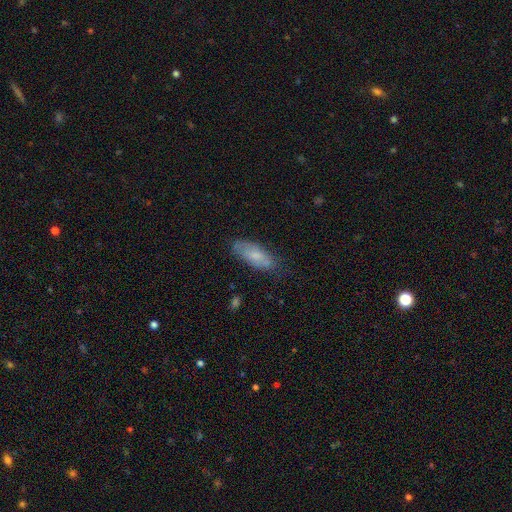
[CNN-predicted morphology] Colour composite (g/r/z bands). It shows a smooth galaxy with no disk features (69%) that is in between round and cigar-shaped (74%). Merging: none (69%).